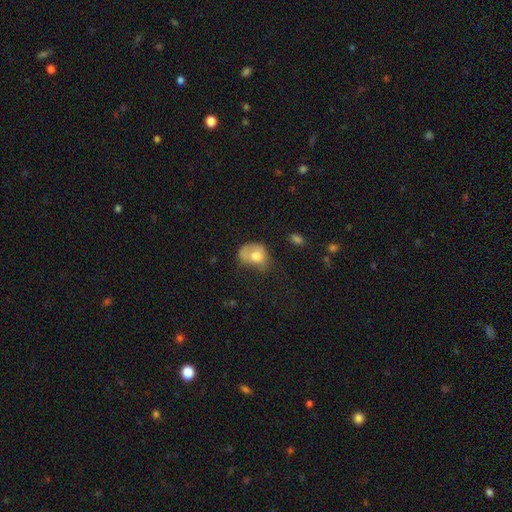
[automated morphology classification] Overall: smooth (68%). How rounded: in between (54%; round 45%). Merging: major disturbance (32%; minor disturbance 31%).